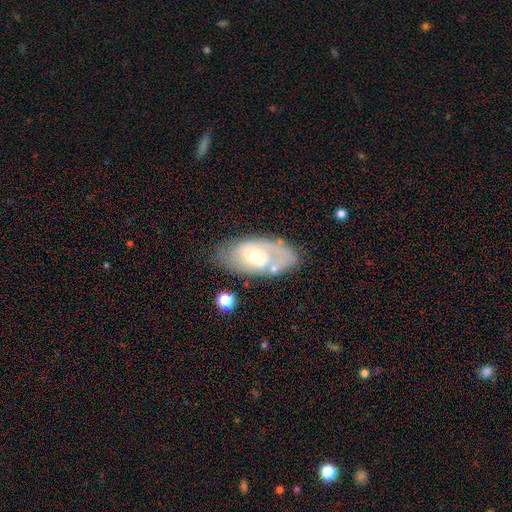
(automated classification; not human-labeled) This appears to be a featured or disk galaxy (73%) with no bar (68%), 2 (40%) tight (54%) spiral arms (81%) and a small central bulge (56%). Merging: none (64%).